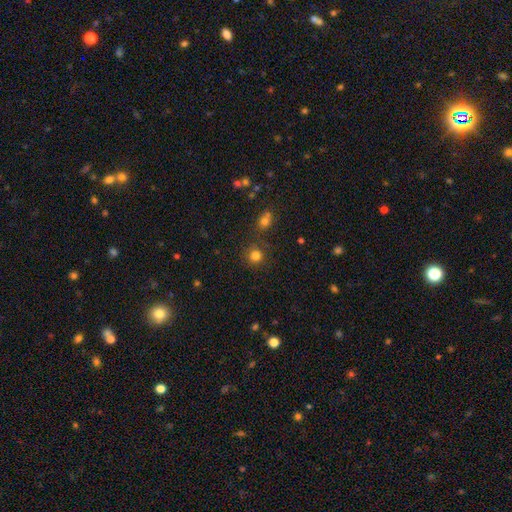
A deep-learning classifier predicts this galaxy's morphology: This is likely a smooth galaxy (79%). How rounded: clearly round (91%). Merging: clearly none (82%).